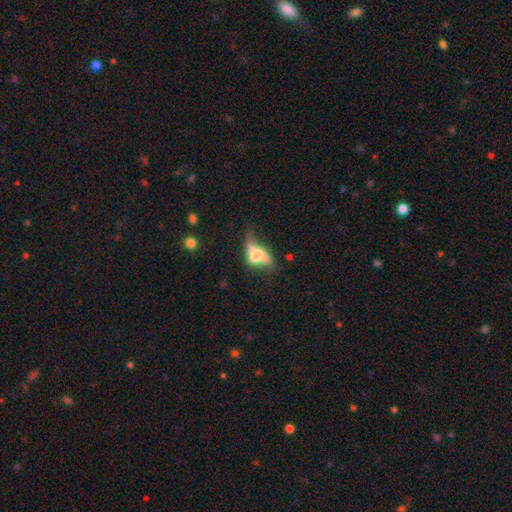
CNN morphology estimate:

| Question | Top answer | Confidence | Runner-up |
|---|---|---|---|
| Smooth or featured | featured or disk | 52% | smooth (39%) |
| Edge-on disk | no | 75% | yes (25%) |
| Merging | major disturbance | 33% | none (27%) |